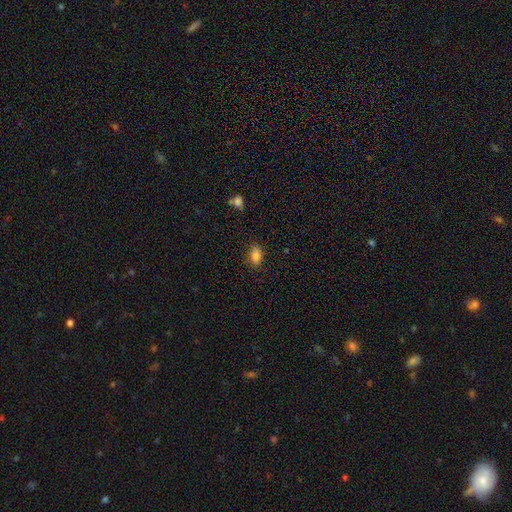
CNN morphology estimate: This appears to be a smooth galaxy with no disk features (83%) that is in between round and cigar-shaped (85%). Merging: none (83%).